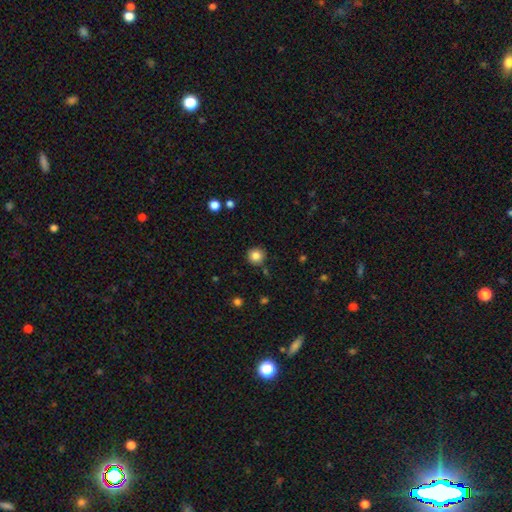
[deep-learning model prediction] Smooth or featured? smooth (84%)
How rounded? round (95%)
Merging? none (87%)